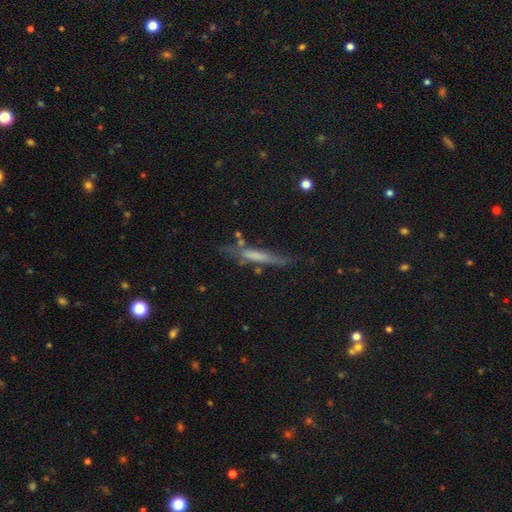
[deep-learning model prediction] Q: Smooth or featured?
A: smooth (47%); runner-up: featured or disk (43%)
Q: Merging?
A: none (56%); runner-up: minor disturbance (25%)